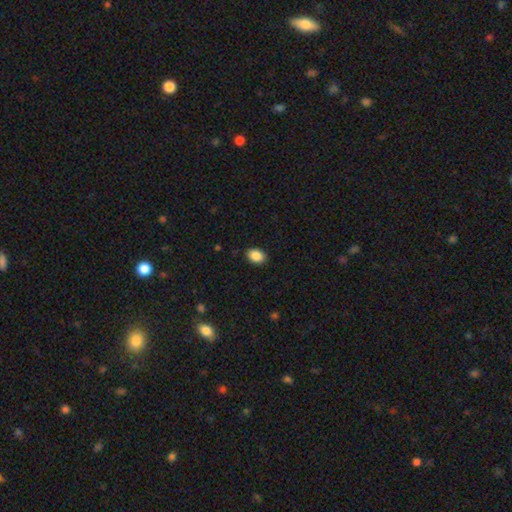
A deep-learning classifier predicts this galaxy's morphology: Smooth or featured? Predicted: smooth (p=0.88). How rounded? Predicted: in between (p=0.81). Merging? Predicted: none (p=0.89).